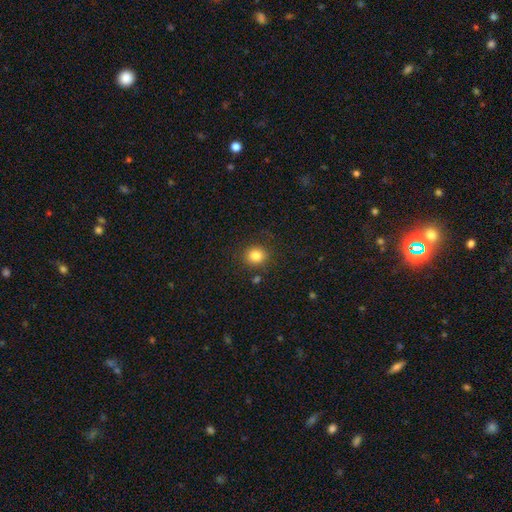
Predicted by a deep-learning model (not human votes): Morphology: type=smooth (82%); roundness=round (82%); merging=none (84%).